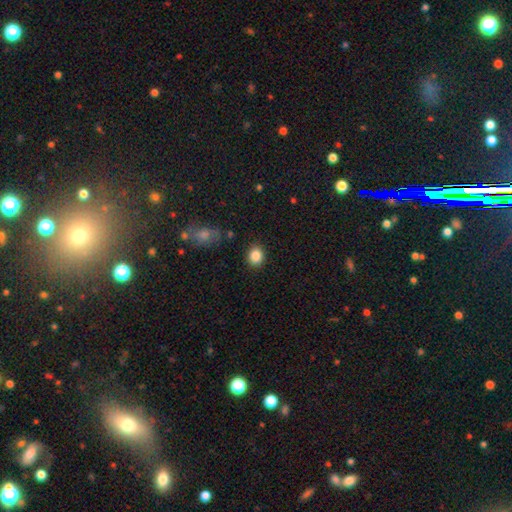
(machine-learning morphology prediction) Overall: smooth (86%). How rounded: round (63%; in between 36%). Merging: none (88%).